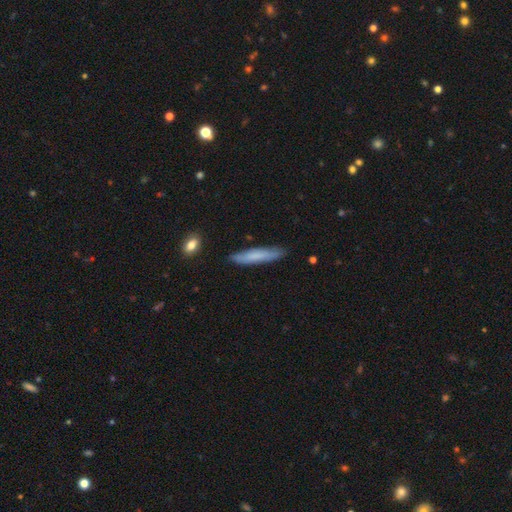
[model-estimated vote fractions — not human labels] Smooth or featured? Predicted: smooth (p=0.70). How rounded? Predicted: cigar-shaped (p=0.90). Merging? Predicted: none (p=0.84).